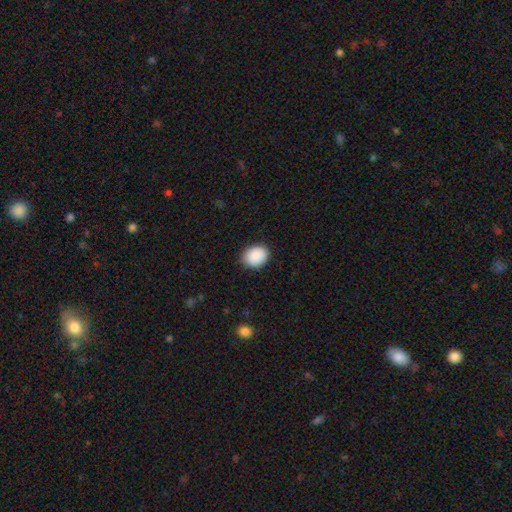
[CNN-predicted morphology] Smooth or featured: smooth — 90% (star or artifact — 7%)
How rounded: in between — 58% (round — 41%)
Merging: none — 86% (minor disturbance — 11%)